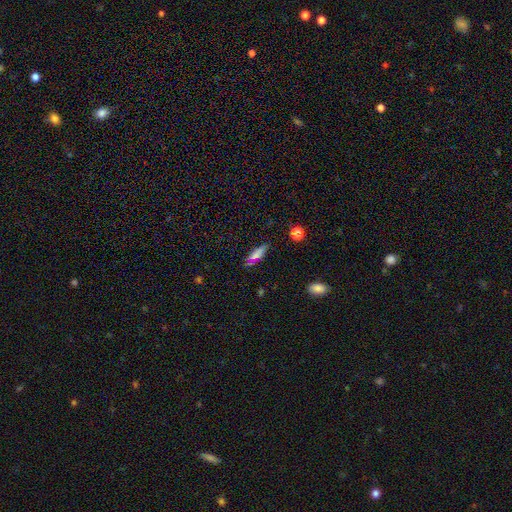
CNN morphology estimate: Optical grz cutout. It shows a smooth galaxy with no disk features (70%) that is cigar-shaped (50%). Merging: none (78%).